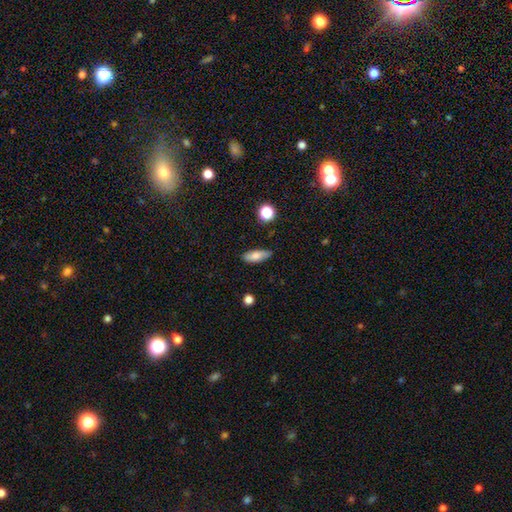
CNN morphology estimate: A smooth galaxy with no disk features (79%) that is in between round and cigar-shaped (72%). Merging: none (80%).